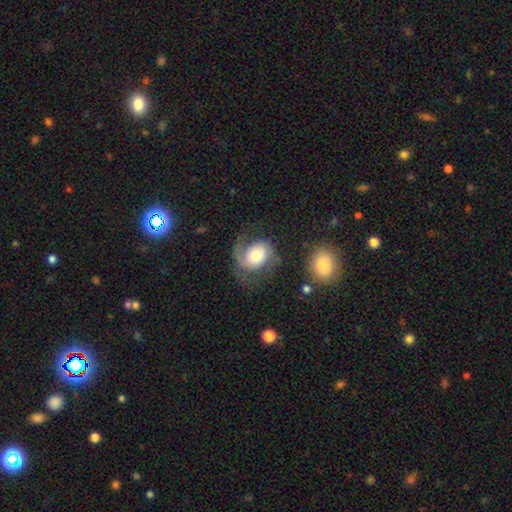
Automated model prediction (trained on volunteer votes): Smooth or featured? featured or disk (62%)
Edge-on disk? no (97%)
Bar? no (70%)
Spiral arms? yes (89%)
Spiral winding? medium (43%)
Spiral arm count? 2 (57%)
Bulge size? moderate (59%)
Merging? none (49%)